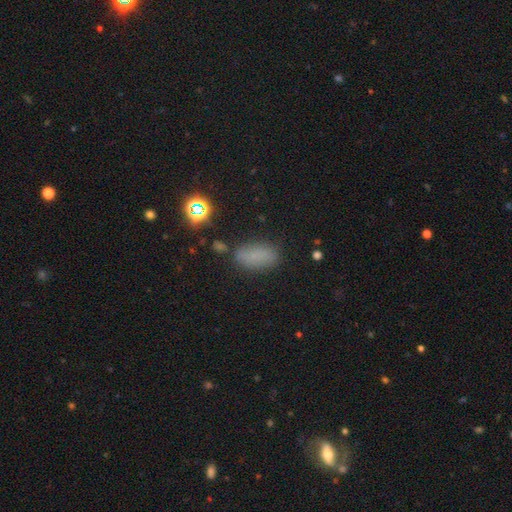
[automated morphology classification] Overall: smooth (73%). How rounded: in between (85%). Merging: none (73%).